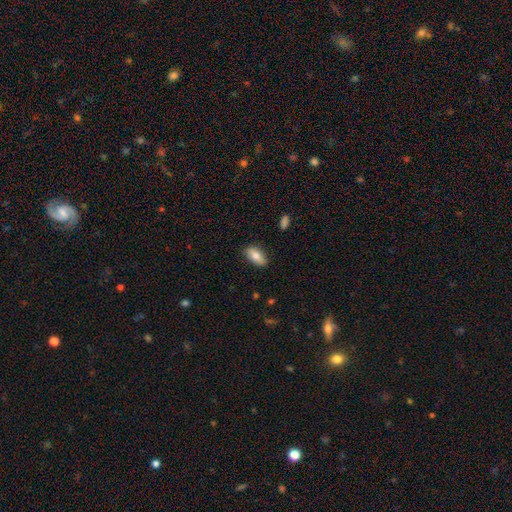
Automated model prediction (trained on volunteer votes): This appears to be a smooth galaxy with no disk features (77%) that is in between round and cigar-shaped (87%). Merging: none (85%).